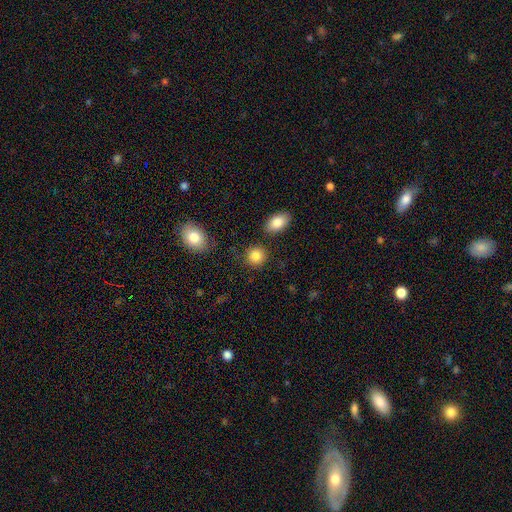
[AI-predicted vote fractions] The model was most divided on "how rounded": round: 85%, in between: 14%, cigar-shaped: 1%. More confident: smooth or featured — smooth (86%); merging — none (84%).